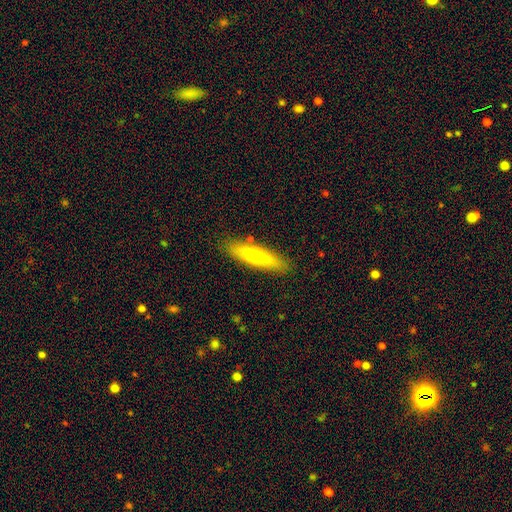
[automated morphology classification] smooth 60%, featured or disk 34%, star or artifact 7%. Down the decision tree: how rounded — cigar-shaped (73%); merging — none (85%).